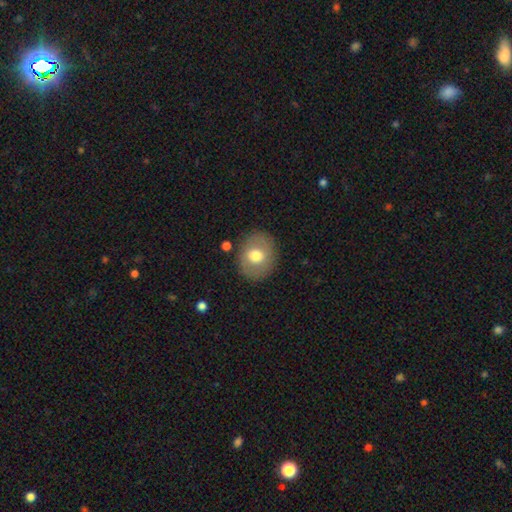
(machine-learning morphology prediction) Overall: smooth (66%; featured or disk 26%). How rounded: round (60%; in between 39%). Merging: none (83%).